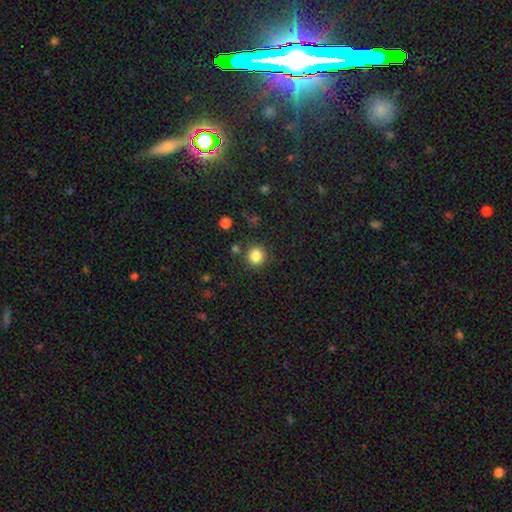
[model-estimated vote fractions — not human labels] Smooth or featured?
  - smooth: 84% *
  - star or artifact: 11%
  - featured or disk: 5%
How rounded?
  - round: 91% *
  - in between: 8%
  - cigar-shaped: 1%
Merging?
  - none: 86% *
  - minor disturbance: 7%
  - merger: 4%
  - major disturbance: 3%